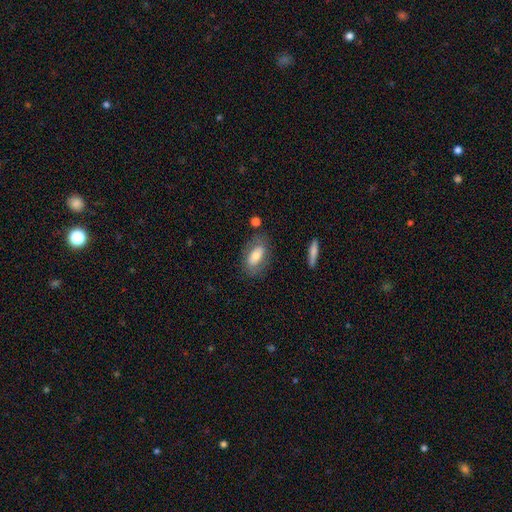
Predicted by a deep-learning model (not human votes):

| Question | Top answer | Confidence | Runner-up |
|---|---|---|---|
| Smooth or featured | smooth | 60% | featured or disk (33%) |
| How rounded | in between | 88% | cigar-shaped (6%) |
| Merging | none | 73% | minor disturbance (16%) |